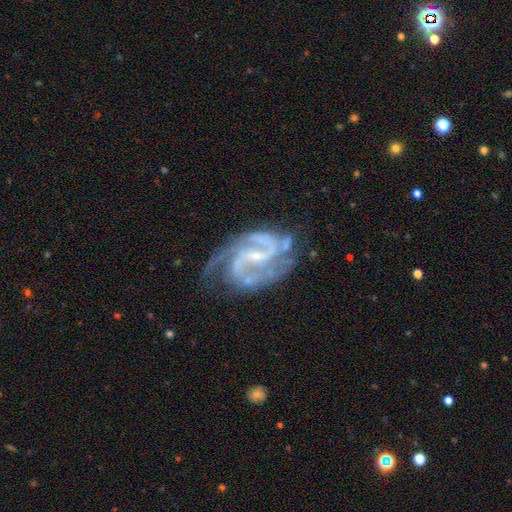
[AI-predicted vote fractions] The model was most divided on "bar": weak: 48%, strong: 34%, no: 18%. More confident: spiral arms — yes (98%); edge-on disk — no (98%); smooth or featured — featured or disk (92%); spiral arm count — 2 (74%); bulge size — small (69%); merging — none (60%); spiral winding — medium (58%).